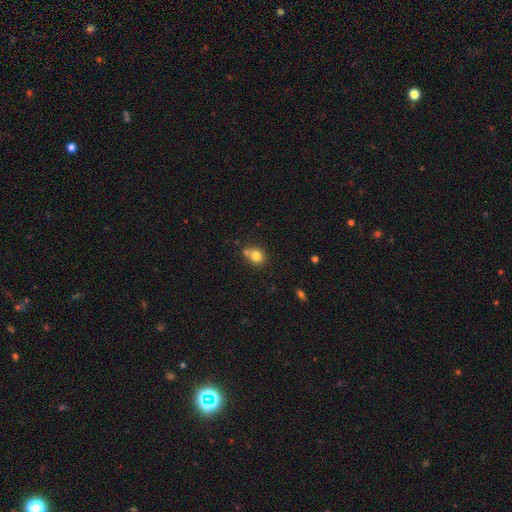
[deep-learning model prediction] Smooth or featured: smooth — 79% (star or artifact — 11%)
How rounded: round — 70% (in between — 29%)
Merging: none — 54% (merger — 29%)